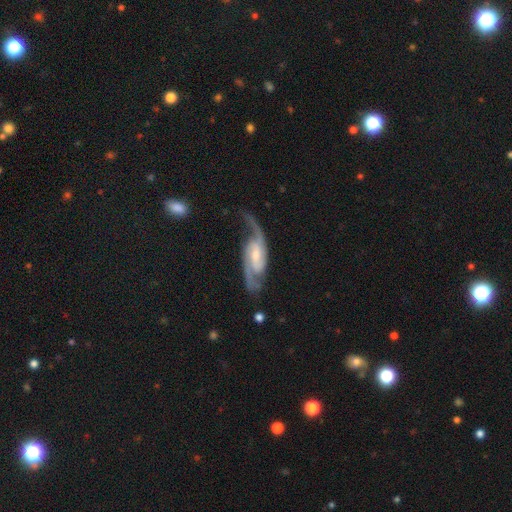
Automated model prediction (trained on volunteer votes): A featured or disk galaxy (90%) with a weak bar (49%), 2 (91%) medium (51%) spiral arms (98%) and a moderate central bulge (45%). Merging: none (69%).